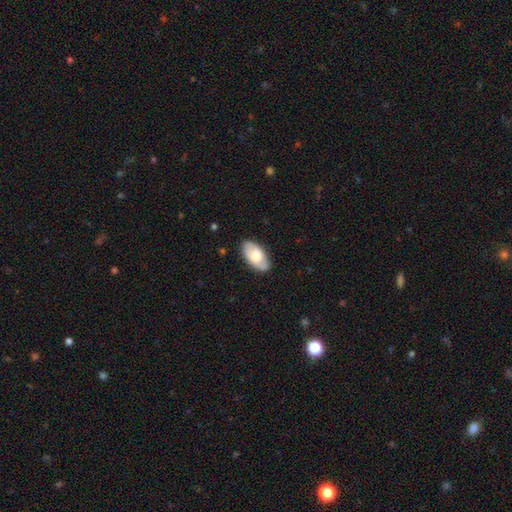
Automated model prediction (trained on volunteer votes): A smooth galaxy with no disk features (60%) that is in between round and cigar-shaped (95%). Merging: none (81%).